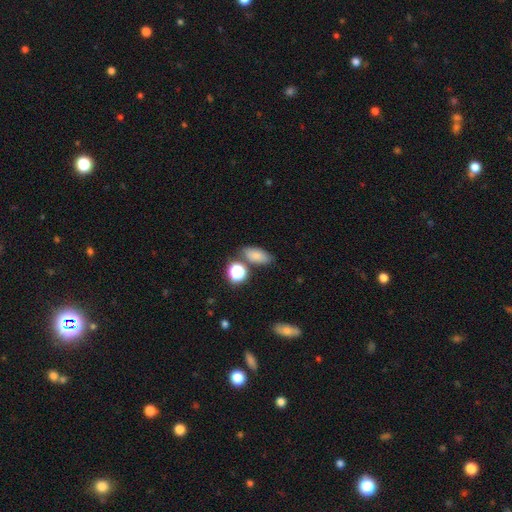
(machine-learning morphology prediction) smooth 76%, star or artifact 14%, featured or disk 10%. Down the decision tree: how rounded — in between (84%); merging — none (70%).